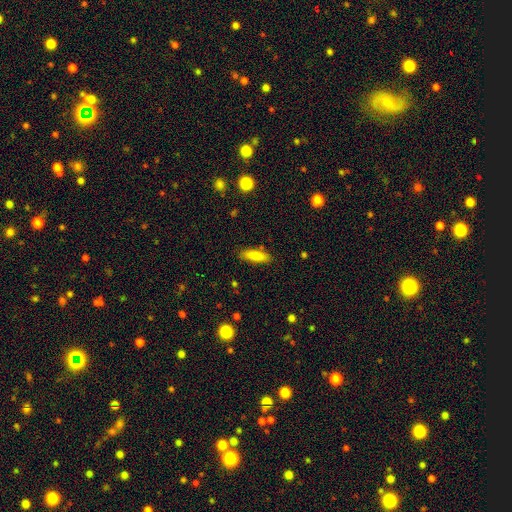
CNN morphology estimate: smooth-or-featured: smooth: 82% | featured or disk: 11% | star or artifact: 7%
  how-rounded: cigar-shaped: 52% | in between: 46% | round: 2%
  merging: none: 85% | minor disturbance: 10% | major disturbance: 2% | merger: 2%